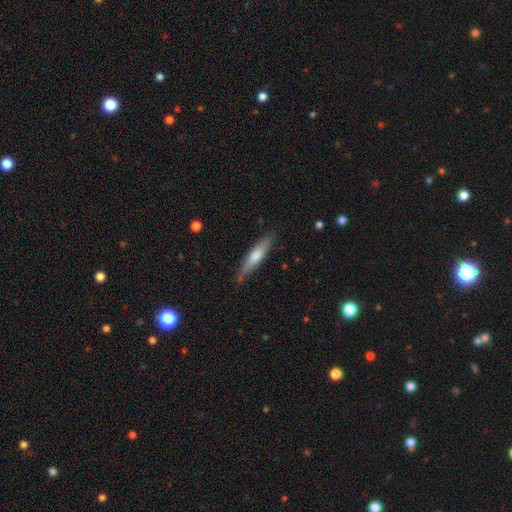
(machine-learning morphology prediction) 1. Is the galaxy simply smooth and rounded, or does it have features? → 59% smooth, 36% featured or disk, 6% star or artifact.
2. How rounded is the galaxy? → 84% cigar-shaped, 14% in between, 1% round.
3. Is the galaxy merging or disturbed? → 82% none, 14% minor disturbance, 2% major disturbance, 2% merger.